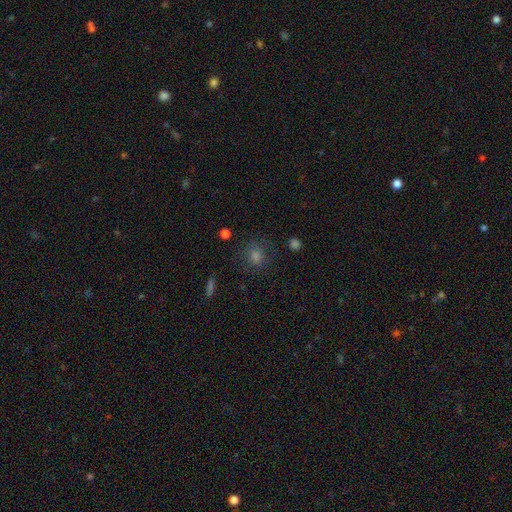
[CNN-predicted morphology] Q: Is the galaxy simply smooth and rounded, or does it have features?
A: smooth — 60%.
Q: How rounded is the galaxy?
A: round — 82%.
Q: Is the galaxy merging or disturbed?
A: none — 80%.